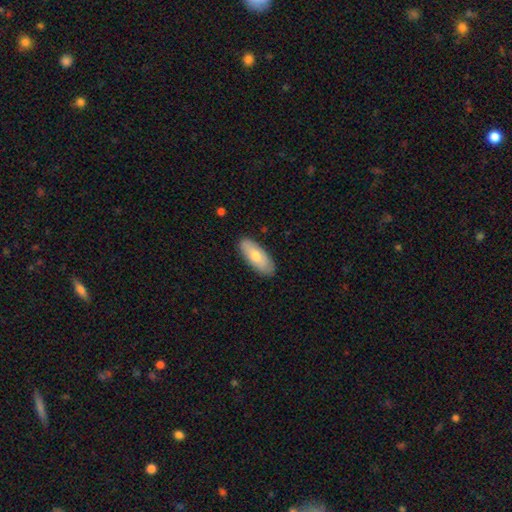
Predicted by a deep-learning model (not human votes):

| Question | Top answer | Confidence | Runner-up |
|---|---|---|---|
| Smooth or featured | smooth | 70% | featured or disk (24%) |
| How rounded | in between | 83% | cigar-shaped (15%) |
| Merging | none | 86% | minor disturbance (11%) |